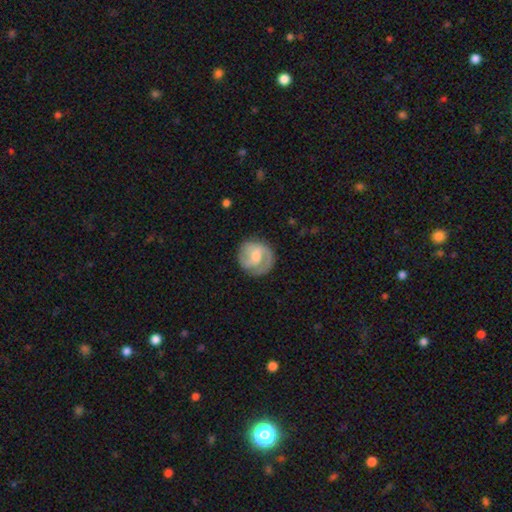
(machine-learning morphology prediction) This is likely a featured or disk galaxy (68%). It is clearly not viewed edge-on (98%). Bar: possibly weak (50%). Spiral arm pattern: clearly yes (89%). Spiral arm count: likely 2 (72%). Spiral winding: possibly medium (46%). Central bulge: possibly moderate (52%). Merging: likely none (80%).